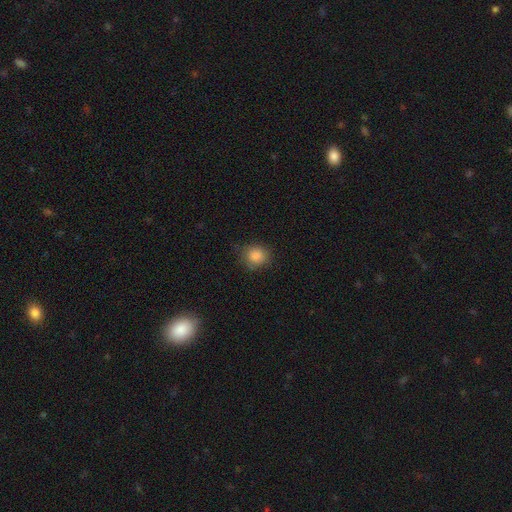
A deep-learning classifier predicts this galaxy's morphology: smooth 86%, star or artifact 10%, featured or disk 4%. Down the decision tree: how rounded — round (79%); merging — none (78%).